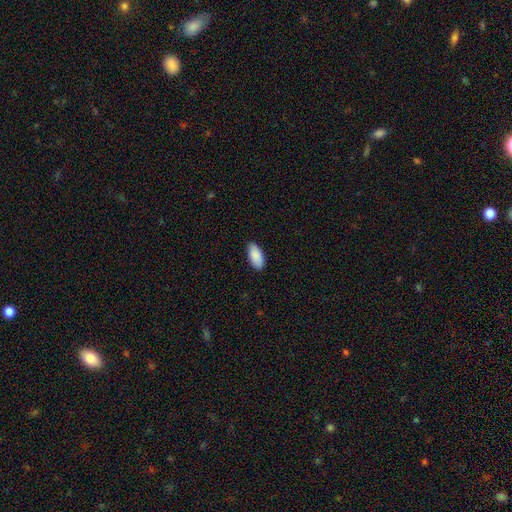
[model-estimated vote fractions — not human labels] A smooth galaxy with no disk features (90%) that is in between round and cigar-shaped (93%).

Vote fractions:
- Smooth or featured? smooth: 90% / star or artifact: 6% / featured or disk: 4%
- How rounded? in between: 93% / cigar-shaped: 5% / round: 2%
- Merging? none: 87% / minor disturbance: 10% / major disturbance: 2% / merger: 1%